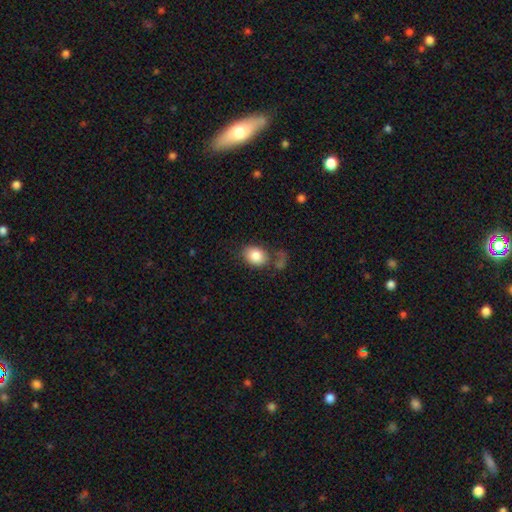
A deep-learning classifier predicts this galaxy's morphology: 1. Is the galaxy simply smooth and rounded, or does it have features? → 84% smooth, 8% featured or disk, 8% star or artifact.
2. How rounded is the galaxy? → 65% in between, 34% round, 1% cigar-shaped.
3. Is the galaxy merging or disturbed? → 57% none, 19% minor disturbance, 12% major disturbance, 12% merger.